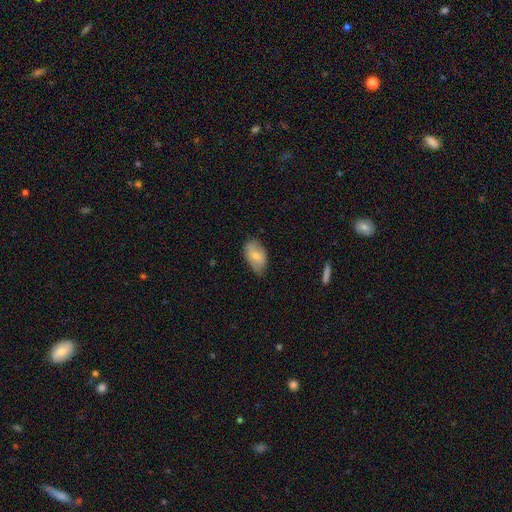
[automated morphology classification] This appears to be a smooth galaxy with no disk features (73%) that is in between round and cigar-shaped (92%). Merging: none (68%).